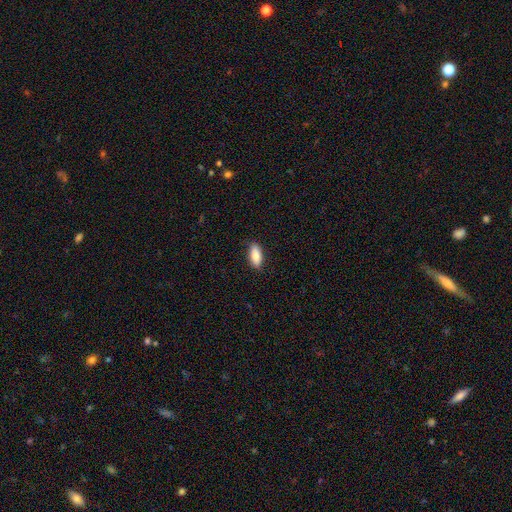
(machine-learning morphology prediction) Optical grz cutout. It shows a smooth galaxy with no disk features (83%) that is in between round and cigar-shaped (83%). Merging: none (87%).